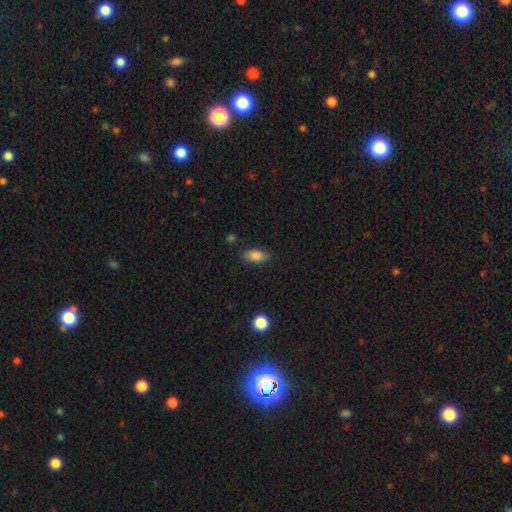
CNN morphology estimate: type=smooth (84%); roundness=in between (87%); merging=none (83%).